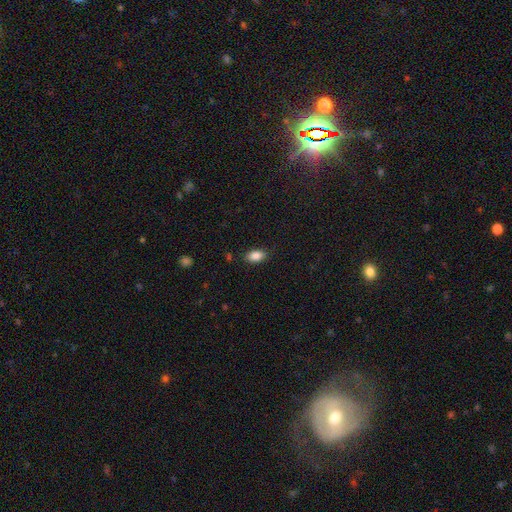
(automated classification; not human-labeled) Morphology: type=smooth (87%); roundness=in between (89%); merging=none (85%).